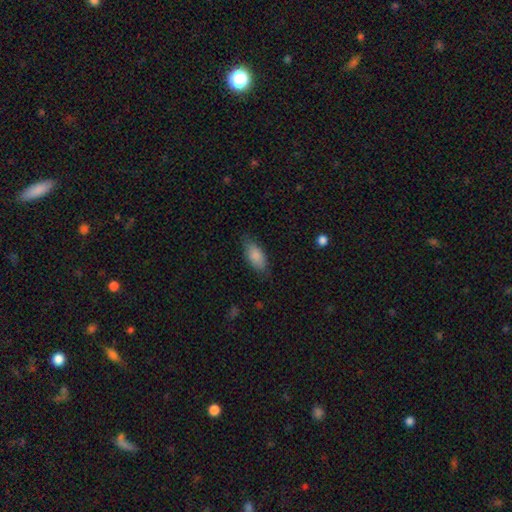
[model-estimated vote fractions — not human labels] smooth 87%, featured or disk 7%, star or artifact 7%. Down the decision tree: how rounded — in between (88%); merging — none (77%).